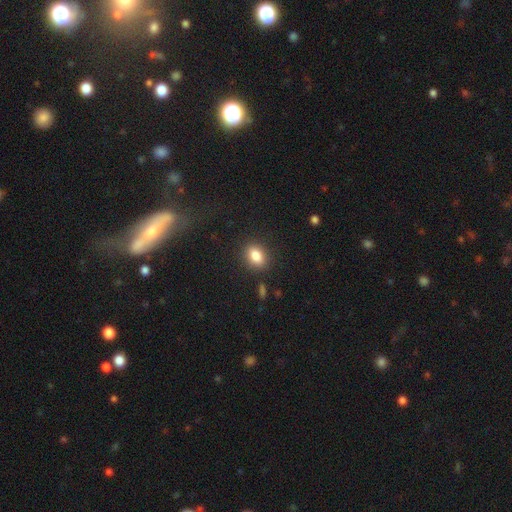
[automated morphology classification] This appears to be a smooth galaxy with no disk features (84%) that is in between round and cigar-shaped (75%). Merging: none (87%).